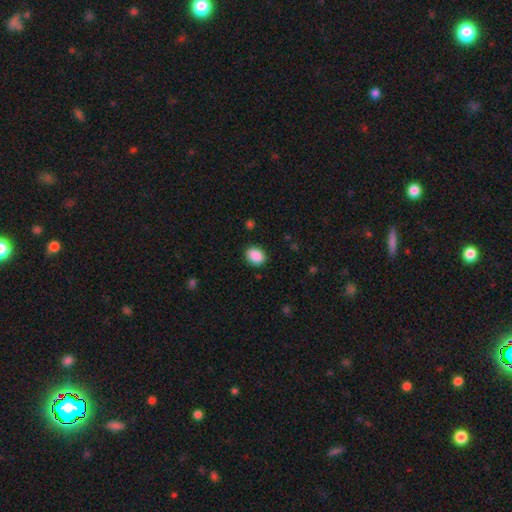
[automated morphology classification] This appears to be a smooth galaxy with no disk features (90%) that is in between round and cigar-shaped (65%). Merging: none (88%).